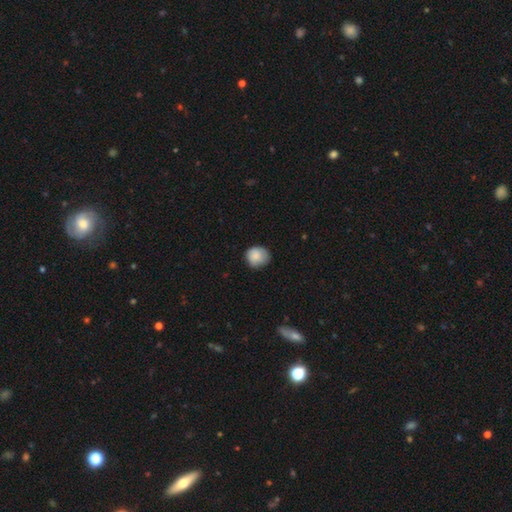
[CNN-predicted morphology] This is clearly a smooth galaxy (86%). How rounded: clearly round (84%). Merging: likely none (70%).